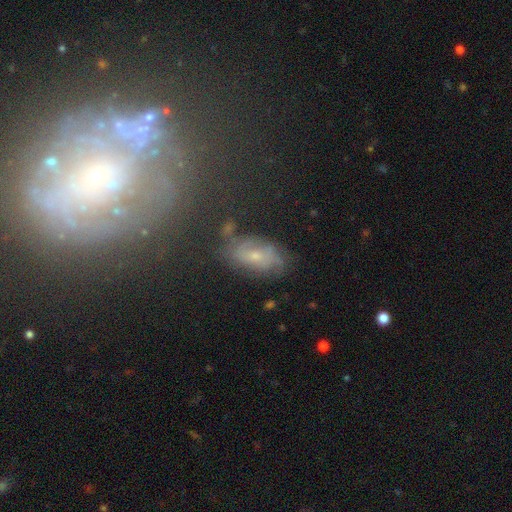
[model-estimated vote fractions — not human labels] Morphology: type=featured or disk (49%); merging=none (66%).